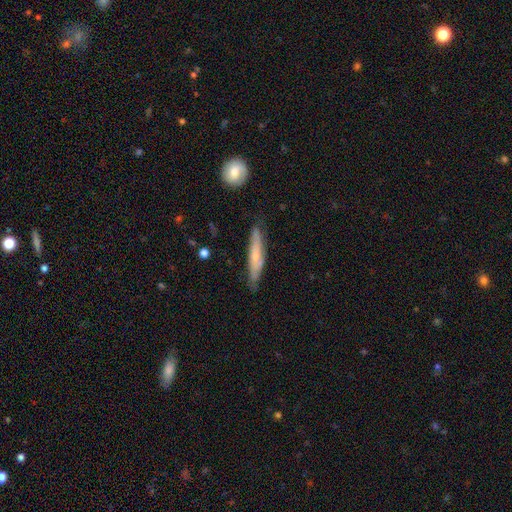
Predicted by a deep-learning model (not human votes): Overall: smooth (50%; featured or disk 45%). Merging: none (70%).